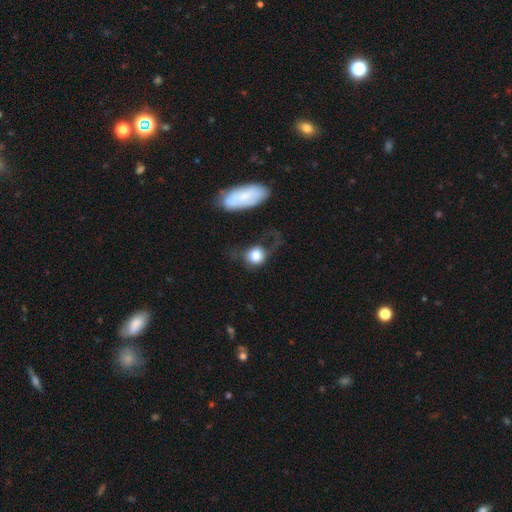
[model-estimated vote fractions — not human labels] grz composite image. It shows a smooth galaxy with no disk features (74%) that is round (71%). Merging: major disturbance (44%).